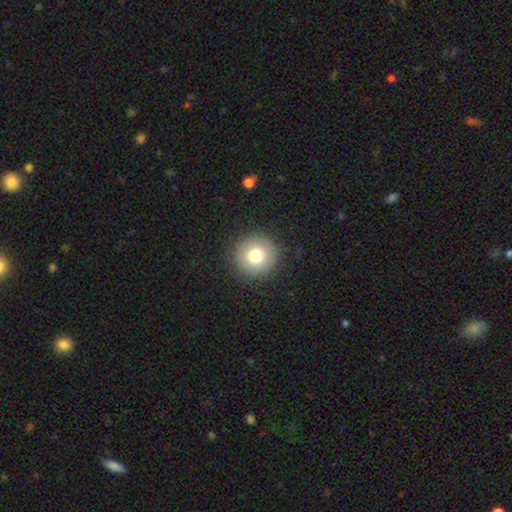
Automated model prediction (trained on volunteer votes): Q: Smooth or featured?
A: smooth (77%); runner-up: featured or disk (11%)
Q: How rounded?
A: round (95%); runner-up: in between (4%)
Q: Merging?
A: none (91%); runner-up: minor disturbance (5%)